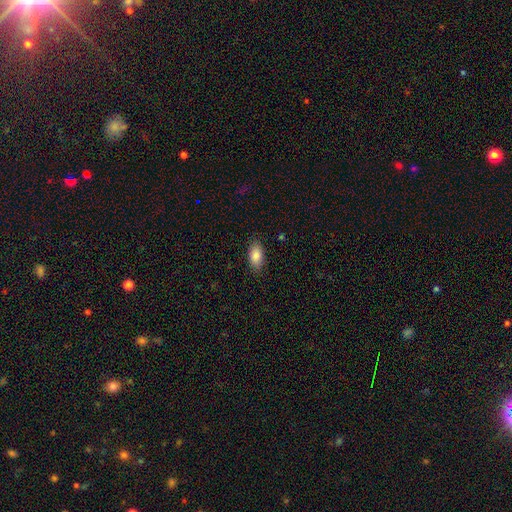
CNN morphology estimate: Overall: smooth (85%). How rounded: in between (92%). Merging: none (86%).